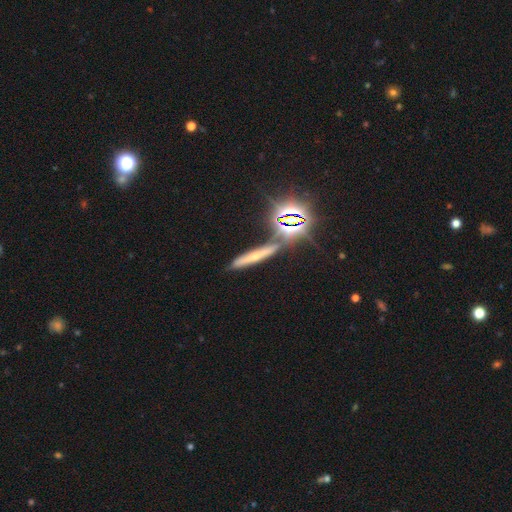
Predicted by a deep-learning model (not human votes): Smooth or featured? star or artifact (36%)